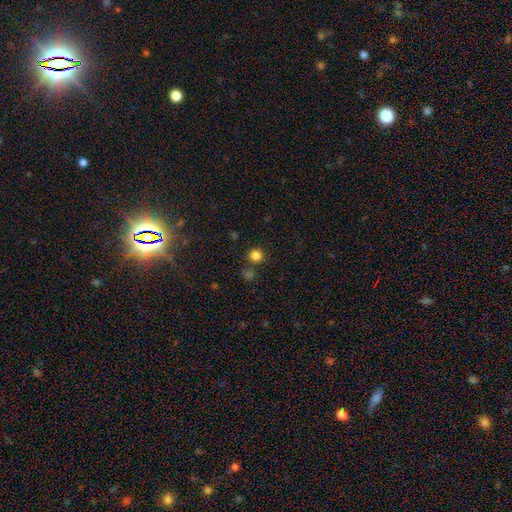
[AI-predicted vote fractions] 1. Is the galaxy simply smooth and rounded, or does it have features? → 82% smooth, 14% star or artifact, 4% featured or disk.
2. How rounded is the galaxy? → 94% round, 5% in between, 1% cigar-shaped.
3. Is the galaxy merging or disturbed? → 82% none, 8% merger, 7% minor disturbance, 3% major disturbance.